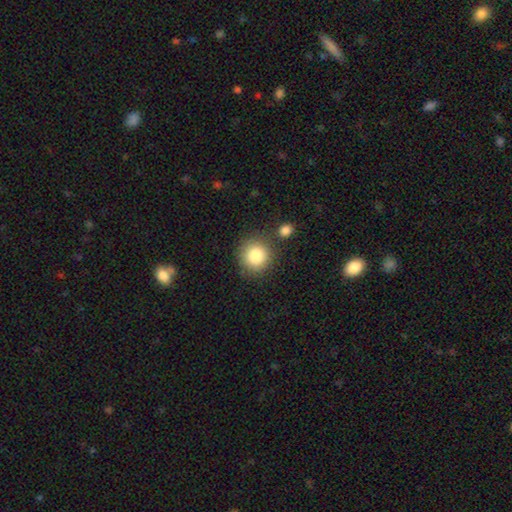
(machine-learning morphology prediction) smooth 84%, star or artifact 9%, featured or disk 7%. Down the decision tree: how rounded — round (91%); merging — none (78%).